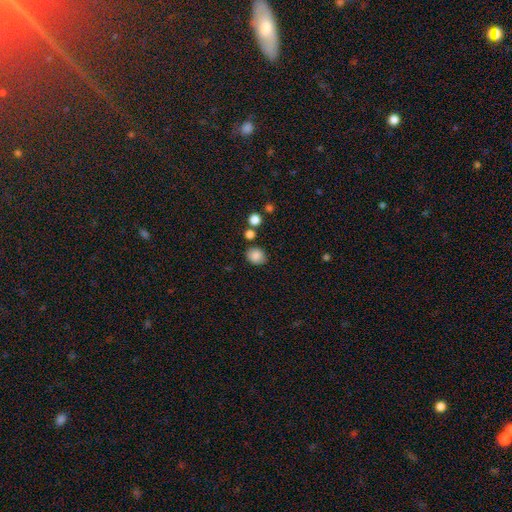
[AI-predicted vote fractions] Smooth or featured? Predicted: smooth (p=0.86). How rounded? Predicted: round (p=0.62). Merging? Predicted: none (p=0.78).